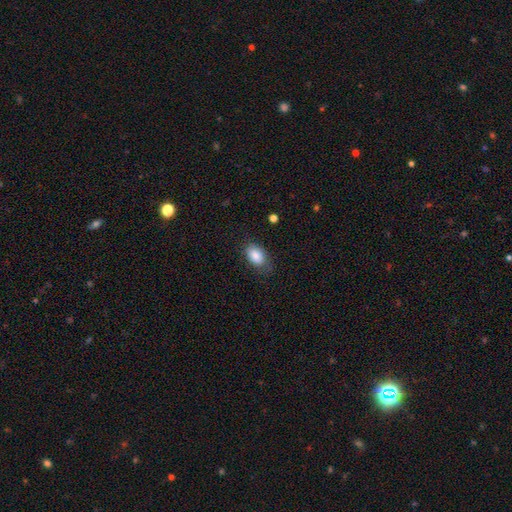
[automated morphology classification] Overall: smooth (84%). How rounded: in between (88%). Merging: none (68%).